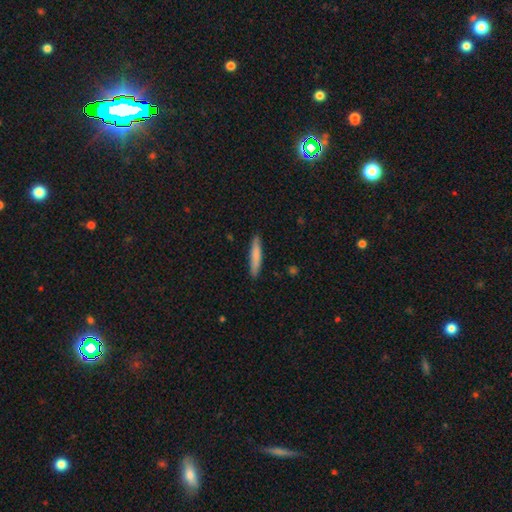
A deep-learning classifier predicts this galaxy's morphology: smooth_or_featured: smooth (p=0.78) [alt: featured or disk p=0.17]
how_rounded: cigar-shaped (p=0.91) [alt: in between p=0.07]
merging: none (p=0.87) [alt: minor disturbance p=0.10]